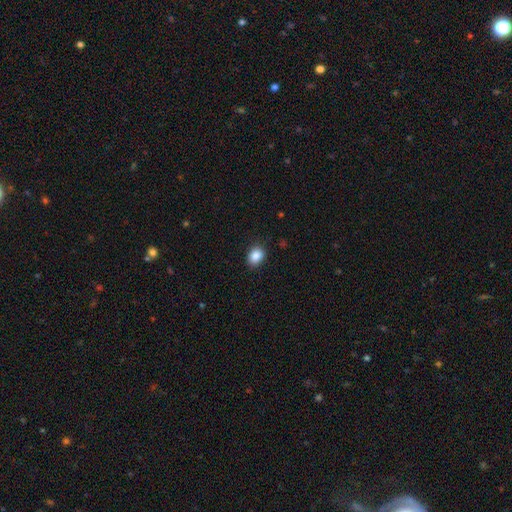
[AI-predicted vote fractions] Overall: smooth (88%). How rounded: in between (60%; round 40%). Merging: none (87%).